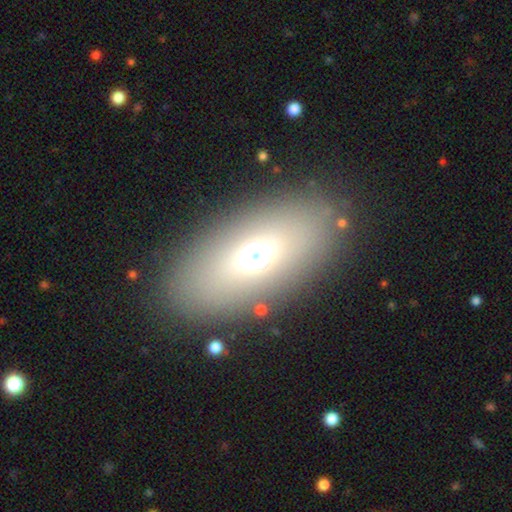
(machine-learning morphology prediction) This is possibly a smooth galaxy (56%). How rounded: clearly in between (84%). Merging: clearly none (83%).